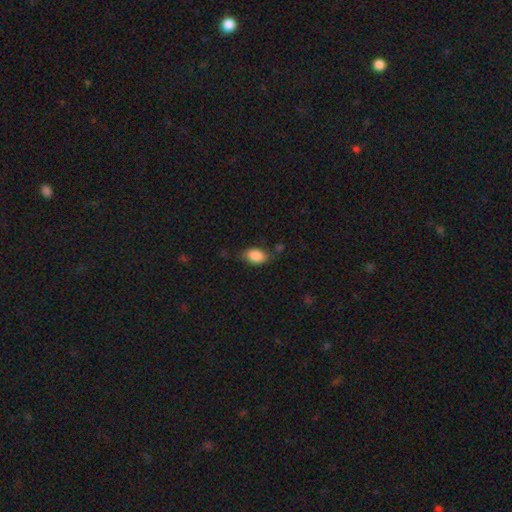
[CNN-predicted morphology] type=smooth (87%); roundness=in between (90%); merging=none (70%).